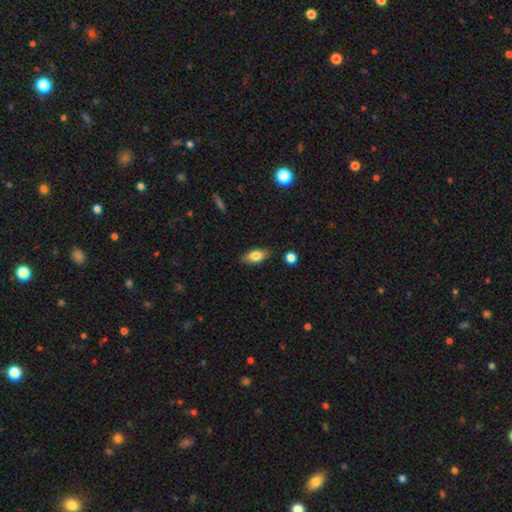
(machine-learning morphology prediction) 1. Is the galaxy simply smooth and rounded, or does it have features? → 79% smooth, 13% featured or disk, 8% star or artifact.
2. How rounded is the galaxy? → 85% in between, 10% cigar-shaped, 4% round.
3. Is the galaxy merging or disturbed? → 85% none, 11% minor disturbance, 2% major disturbance, 2% merger.